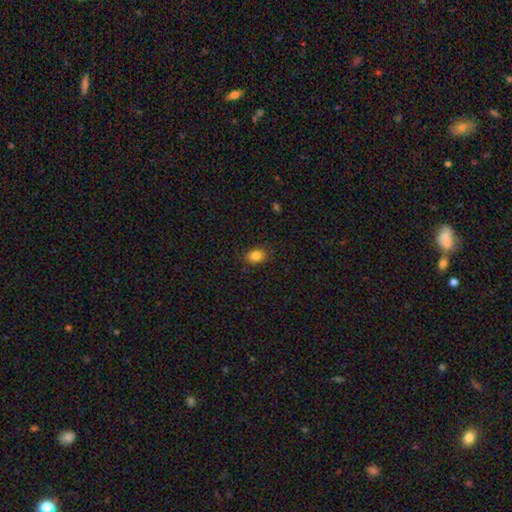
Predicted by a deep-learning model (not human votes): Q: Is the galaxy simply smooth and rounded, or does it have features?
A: smooth — 85%.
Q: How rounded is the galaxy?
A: in between — 71%.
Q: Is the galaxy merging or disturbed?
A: none — 85%.